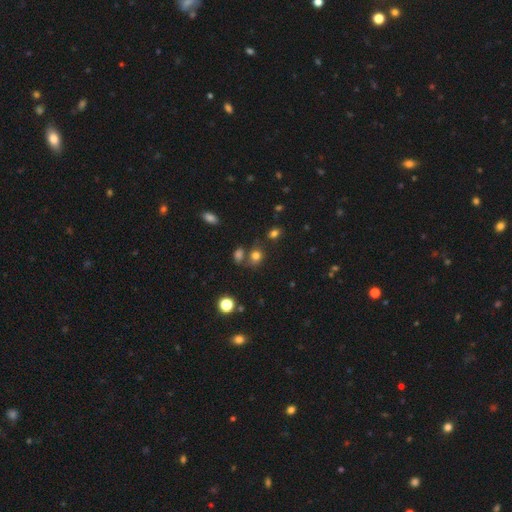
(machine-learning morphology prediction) smooth-or-featured: smooth: 75% | star or artifact: 17% | featured or disk: 8%
  how-rounded: round: 59% | in between: 39% | cigar-shaped: 1%
  merging: none: 58% | merger: 20% | minor disturbance: 14% | major disturbance: 7%